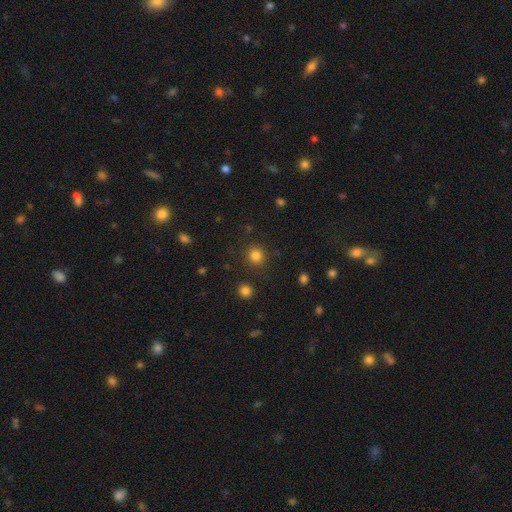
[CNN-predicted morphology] The model was most divided on "smooth or featured": smooth: 82%, star or artifact: 13%, featured or disk: 4%. More confident: how rounded — round (91%); merging — none (88%).